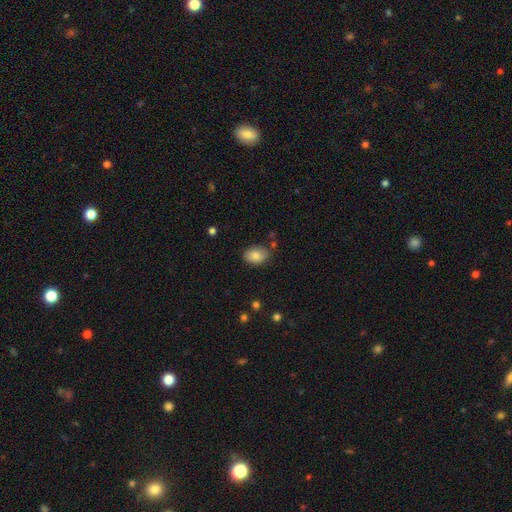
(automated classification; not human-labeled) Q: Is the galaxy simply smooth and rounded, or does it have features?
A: smooth — 84%.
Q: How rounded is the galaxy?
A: in between — 83%.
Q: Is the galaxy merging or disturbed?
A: none — 81%.